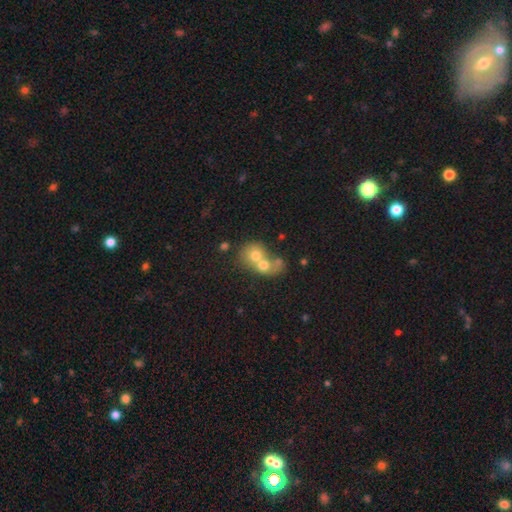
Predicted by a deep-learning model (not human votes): Q: Smooth or featured?
A: smooth (63%); runner-up: featured or disk (27%)
Q: How rounded?
A: round (66%); runner-up: in between (33%)
Q: Merging?
A: merger (77%); runner-up: none (15%)